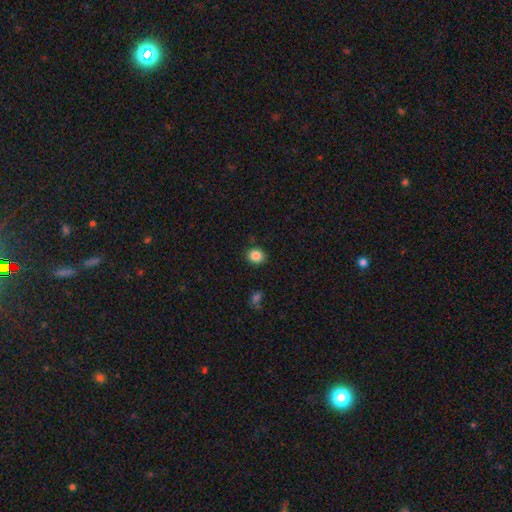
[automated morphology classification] This appears to be a smooth galaxy with no disk features (86%) that is round (70%). Merging: none (88%).